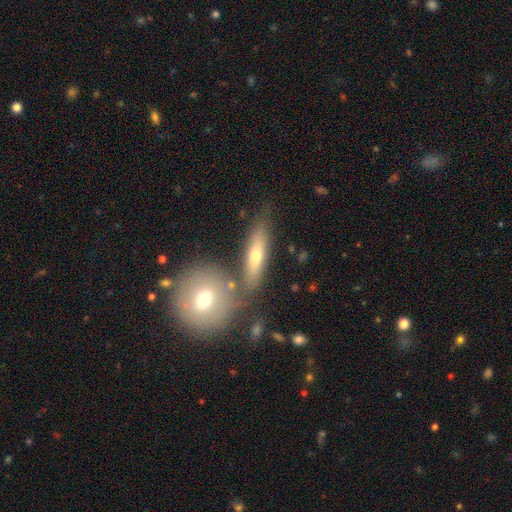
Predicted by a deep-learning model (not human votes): This is possibly a smooth galaxy (58%). How rounded: possibly cigar-shaped (57%). Merging: likely none (64%).